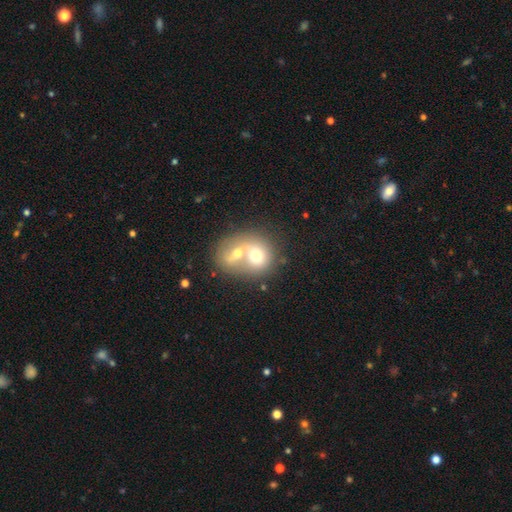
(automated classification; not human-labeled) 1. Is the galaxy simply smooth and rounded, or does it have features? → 61% smooth, 30% featured or disk, 9% star or artifact.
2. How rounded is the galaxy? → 68% round, 31% in between, 1% cigar-shaped.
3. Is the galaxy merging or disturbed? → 75% merger, 16% none, 5% minor disturbance, 3% major disturbance.